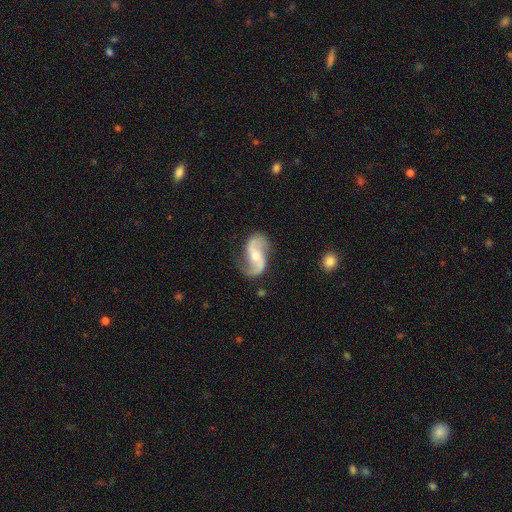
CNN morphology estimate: Smooth or featured?
  - featured or disk: 90% *
  - smooth: 5%
  - star or artifact: 4%
Edge-on disk?
  - no: 98% *
  - yes: 2%
Bar?
  - weak: 42% *
  - no: 40%
  - strong: 18%
Spiral arms?
  - yes: 97% *
  - no: 3%
Spiral winding?
  - loose: 62% *
  - medium: 31%
  - tight: 7%
Spiral arm count?
  - 2: 94% *
  - 1: 2%
  - can't tell: 2%
  - 3: 1%
  - 4: 1%
  - more than 4: 1%
Bulge size?
  - moderate: 54% *
  - small: 37%
  - large: 4%
  - none: 4%
  - dominant: 1%
Merging?
  - none: 76% *
  - minor disturbance: 15%
  - major disturbance: 7%
  - merger: 2%